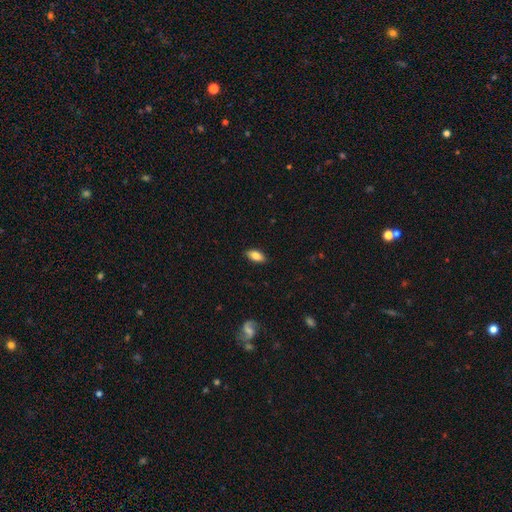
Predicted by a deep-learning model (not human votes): A smooth galaxy with no disk features (83%) that is in between round and cigar-shaped (89%).

Vote fractions:
- Smooth or featured? smooth: 83% / featured or disk: 9% / star or artifact: 7%
- How rounded? in between: 89% / cigar-shaped: 8% / round: 3%
- Merging? none: 88% / minor disturbance: 9% / major disturbance: 2% / merger: 1%